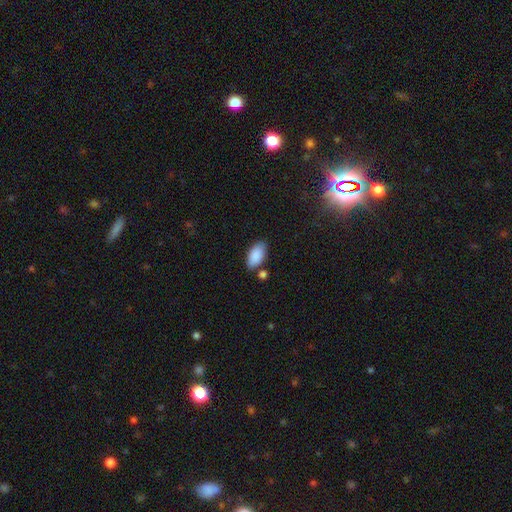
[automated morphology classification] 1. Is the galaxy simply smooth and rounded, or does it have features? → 89% smooth, 6% star or artifact, 5% featured or disk.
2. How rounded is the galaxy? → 94% in between, 3% round, 3% cigar-shaped.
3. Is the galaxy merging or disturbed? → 74% none, 14% minor disturbance, 9% merger, 3% major disturbance.